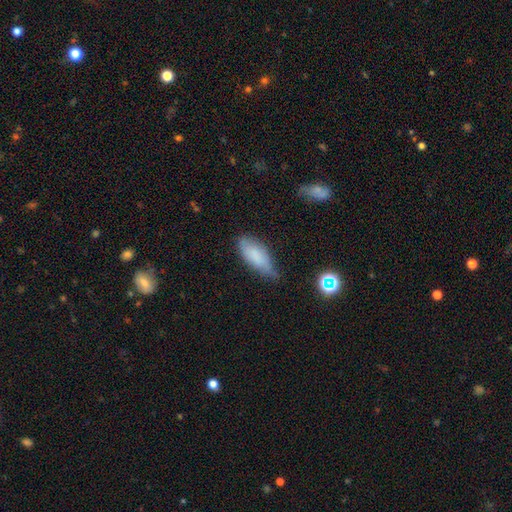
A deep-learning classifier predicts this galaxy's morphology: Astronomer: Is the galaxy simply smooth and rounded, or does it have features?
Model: smooth — 75%.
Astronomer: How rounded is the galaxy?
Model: in between — 75%.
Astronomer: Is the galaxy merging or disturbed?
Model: none — 50% (runner-up: minor disturbance, 39%).